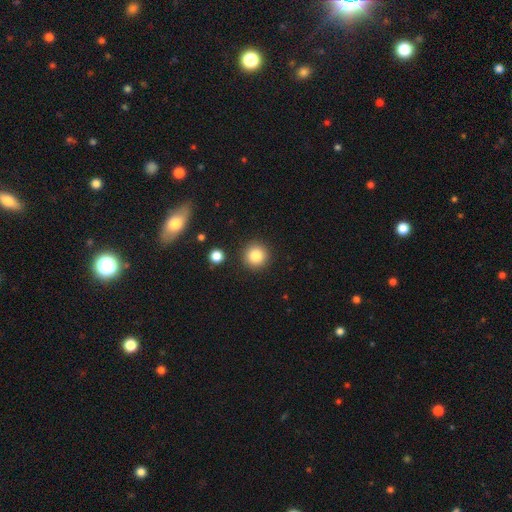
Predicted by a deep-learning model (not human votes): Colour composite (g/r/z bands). It shows a smooth galaxy with no disk features (83%) that is round (95%). Merging: none (90%).